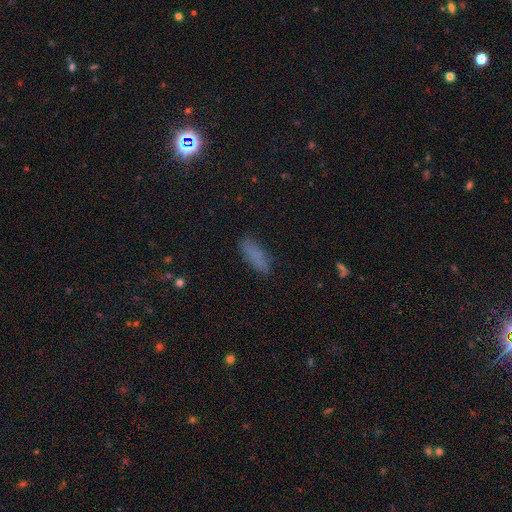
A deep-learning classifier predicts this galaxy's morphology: Smooth or featured? Predicted: smooth (p=0.80). How rounded? Predicted: in between (p=0.51). Merging? Predicted: none (p=0.79).